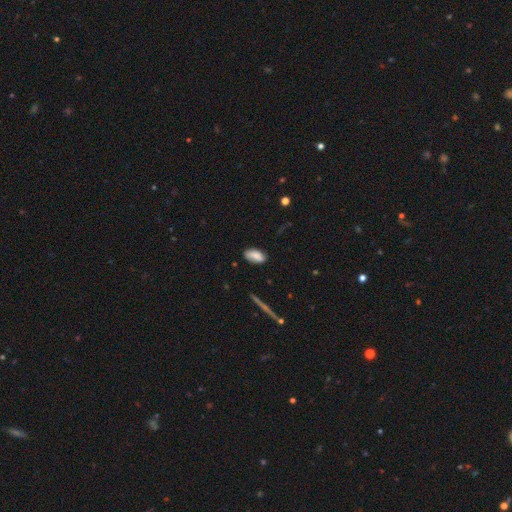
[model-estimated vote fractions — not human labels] This appears to be a smooth galaxy with no disk features (82%) that is in between round and cigar-shaped (93%). Merging: none (78%).